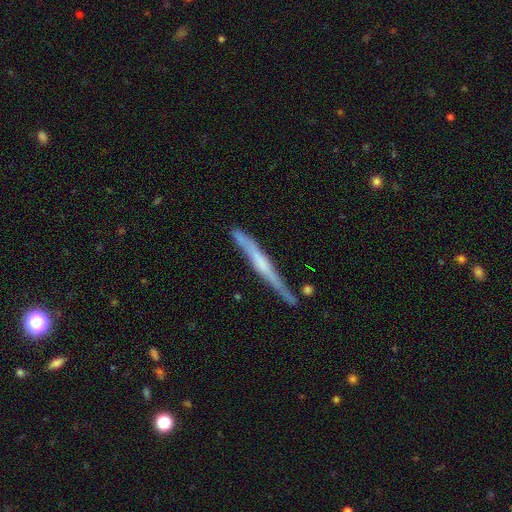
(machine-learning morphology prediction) Smooth or featured?
  - featured or disk: 67% *
  - smooth: 27%
  - star or artifact: 7%
Edge-on disk?
  - yes: 96% *
  - no: 4%
Edge-on bulge?
  - none: 44% *
  - rounded: 41%
  - boxy: 15%
Merging?
  - none: 81% *
  - minor disturbance: 14%
  - major disturbance: 2%
  - merger: 2%